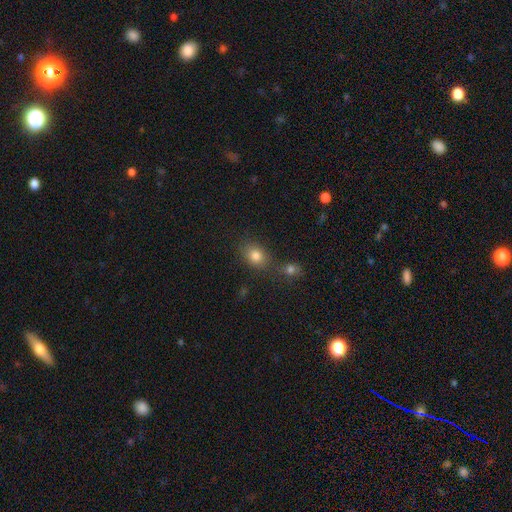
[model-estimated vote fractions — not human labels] This is clearly a smooth galaxy (81%). How rounded: possibly in between (56%). Merging: likely none (62%).